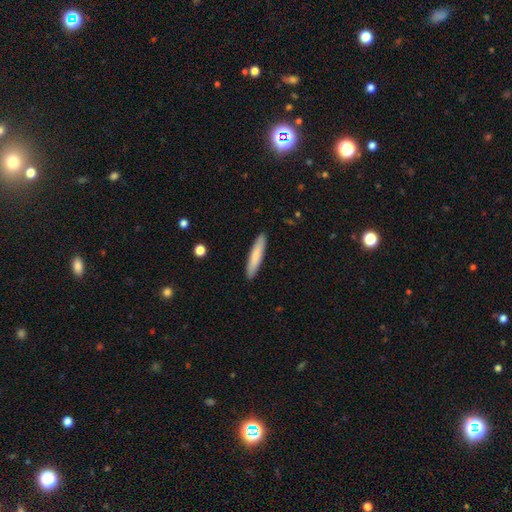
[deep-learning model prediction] A smooth galaxy with no disk features (78%) that is cigar-shaped (90%). Merging: none (91%).